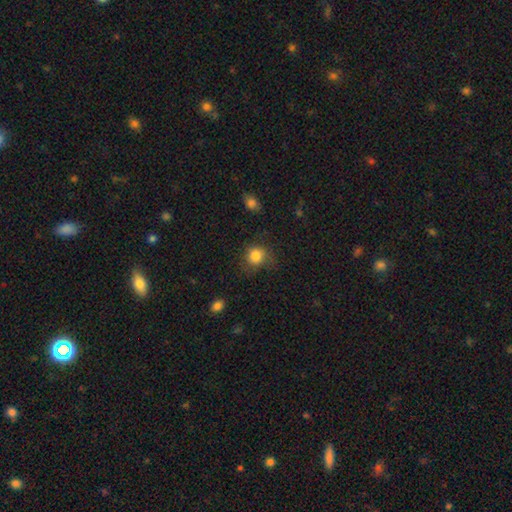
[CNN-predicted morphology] smooth_or_featured: smooth (p=0.84) [alt: star or artifact p=0.10]
how_rounded: round (p=0.82) [alt: in between p=0.17]
merging: none (p=0.63) [alt: minor disturbance p=0.24]